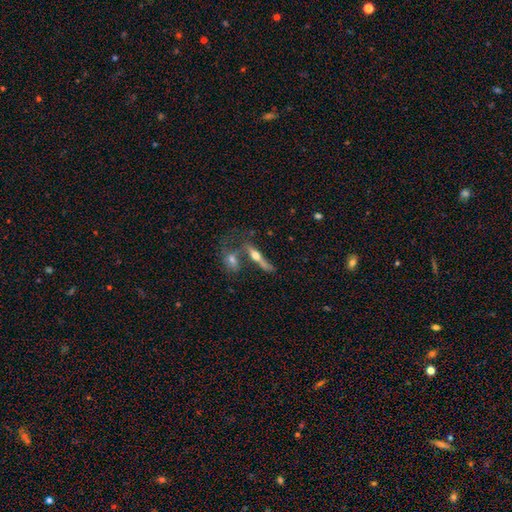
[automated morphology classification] Smooth or featured?
  - featured or disk: 60% *
  - smooth: 32%
  - star or artifact: 8%
Edge-on disk?
  - yes: 86% *
  - no: 14%
Edge-on bulge?
  - rounded: 92% *
  - none: 4%
  - boxy: 4%
Merging?
  - none: 43% *
  - merger: 35%
  - minor disturbance: 13%
  - major disturbance: 9%